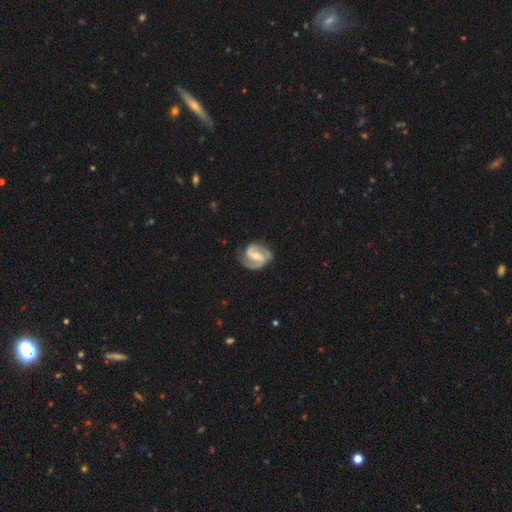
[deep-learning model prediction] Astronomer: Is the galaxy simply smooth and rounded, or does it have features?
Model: featured or disk — 88%.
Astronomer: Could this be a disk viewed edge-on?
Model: no — 98%.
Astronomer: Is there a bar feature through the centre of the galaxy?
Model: weak — 44% (runner-up: strong, 33%).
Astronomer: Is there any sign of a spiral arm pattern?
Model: yes — 97%.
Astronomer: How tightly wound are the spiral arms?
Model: medium — 51% (runner-up: tight, 35%).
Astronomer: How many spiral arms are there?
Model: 2 — 88%.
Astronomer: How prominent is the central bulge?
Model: moderate — 52% (runner-up: small, 43%).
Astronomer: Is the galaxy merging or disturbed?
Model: none — 76%.